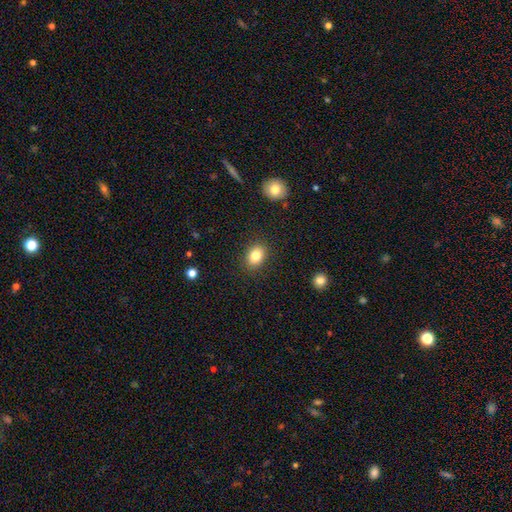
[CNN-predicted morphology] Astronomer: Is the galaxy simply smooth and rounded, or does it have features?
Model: smooth — 83%.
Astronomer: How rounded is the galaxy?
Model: in between — 67%.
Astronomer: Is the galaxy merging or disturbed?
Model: none — 88%.